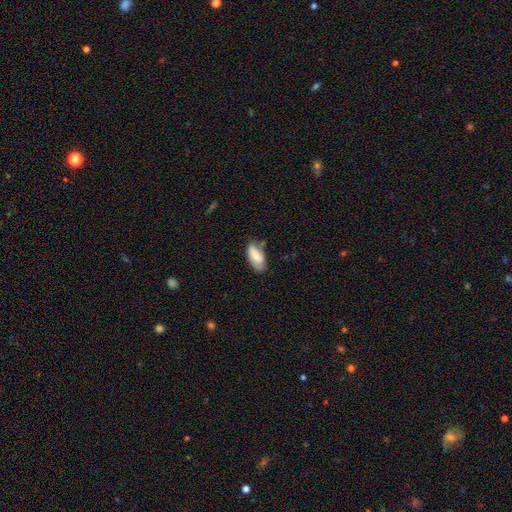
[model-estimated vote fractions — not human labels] smooth_or_featured: smooth (p=0.77) [alt: featured or disk p=0.16]
how_rounded: in between (p=0.89) [alt: cigar-shaped p=0.08]
merging: none (p=0.53) [alt: minor disturbance p=0.33]